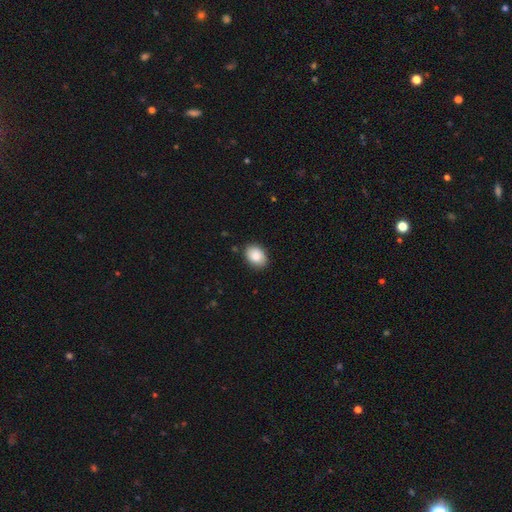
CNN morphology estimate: Overall: smooth (87%). How rounded: in between (70%). Merging: none (86%).